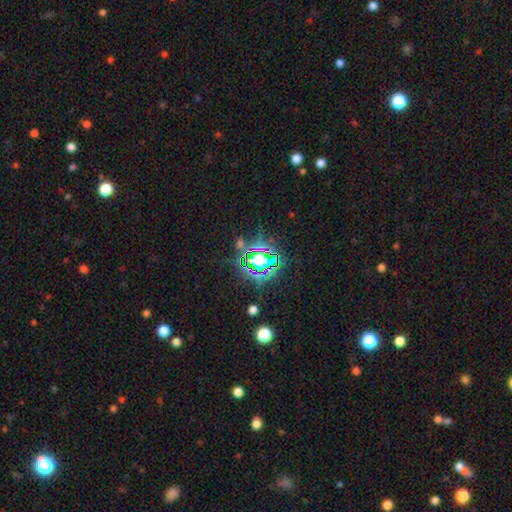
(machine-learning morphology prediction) A star or artifact, not a galaxy (82%).